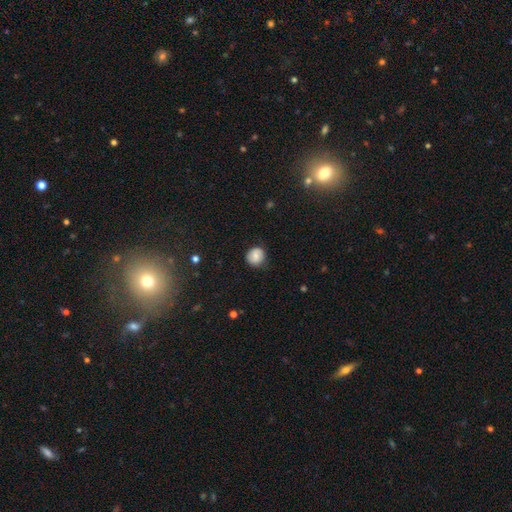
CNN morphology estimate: Smooth or featured? Predicted: smooth (p=0.80). How rounded? Predicted: round (p=0.86). Merging? Predicted: none (p=0.77).